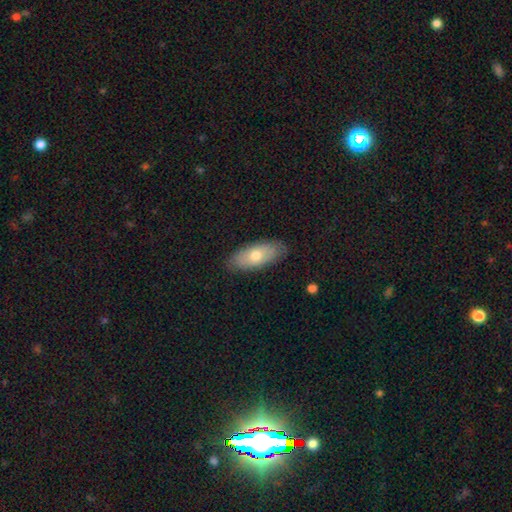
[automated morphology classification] Q: Smooth or featured?
A: smooth (67%); runner-up: featured or disk (27%)
Q: How rounded?
A: in between (82%); runner-up: cigar-shaped (15%)
Q: Merging?
A: none (85%); runner-up: minor disturbance (11%)